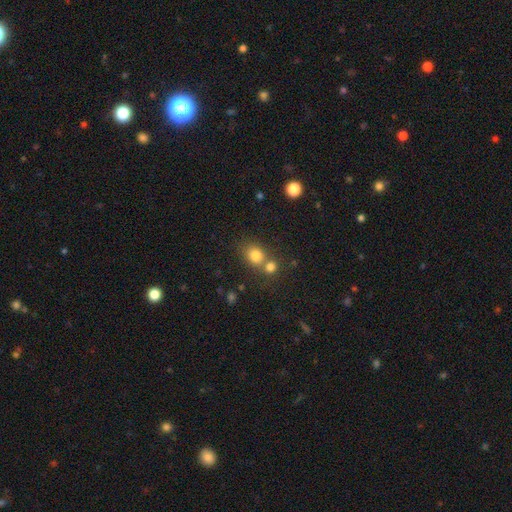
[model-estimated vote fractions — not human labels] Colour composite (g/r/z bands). It shows a smooth galaxy with no disk features (79%) that is round (63%). Merging: none (47%).